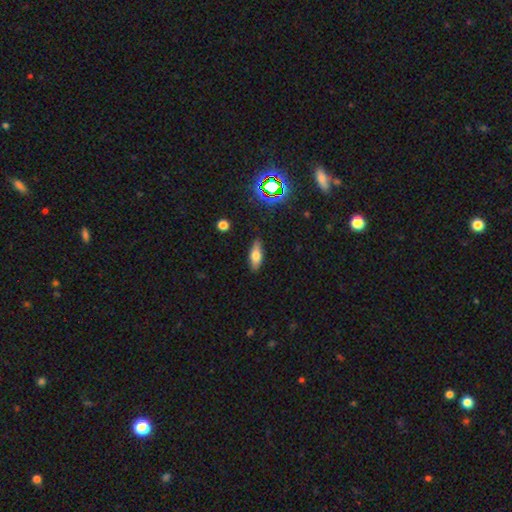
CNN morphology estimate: Smooth or featured: smooth — 66% (featured or disk — 24%)
How rounded: in between — 70% (cigar-shaped — 27%)
Merging: none — 85% (minor disturbance — 11%)